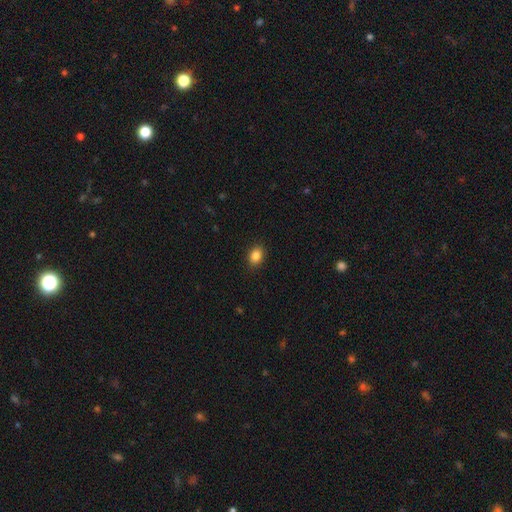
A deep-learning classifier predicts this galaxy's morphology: A smooth galaxy with no disk features (86%) that is in between round and cigar-shaped (67%).

Vote fractions:
- Smooth or featured? smooth: 86% / star or artifact: 10% / featured or disk: 4%
- How rounded? in between: 67% / round: 32% / cigar-shaped: 1%
- Merging? none: 89% / minor disturbance: 8% / major disturbance: 2% / merger: 1%